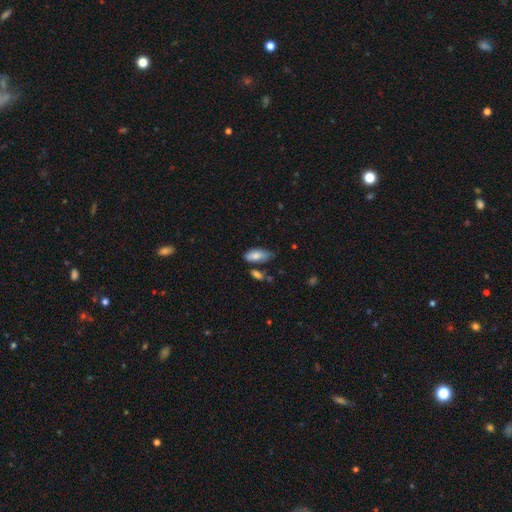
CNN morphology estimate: This is likely a smooth galaxy (80%). How rounded: clearly in between (88%). Merging: possibly none (52%).